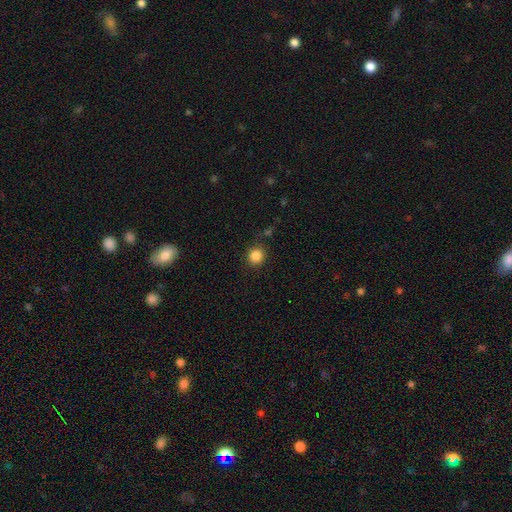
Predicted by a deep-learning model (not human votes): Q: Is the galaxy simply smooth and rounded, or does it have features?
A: smooth — 86%.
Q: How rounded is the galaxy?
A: round — 87%.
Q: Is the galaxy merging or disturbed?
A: none — 86%.